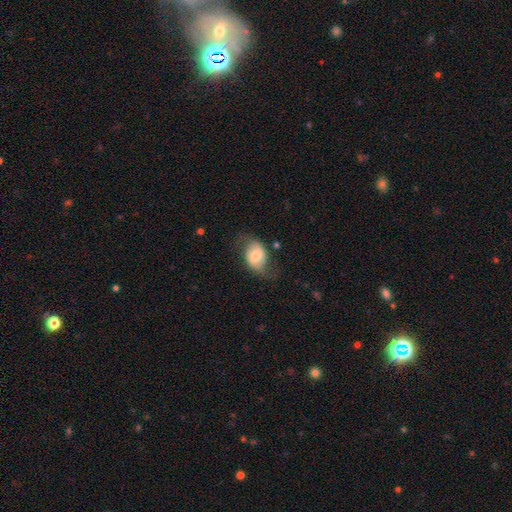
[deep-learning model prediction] A smooth galaxy with no disk features (50%). Merging: none (55%).